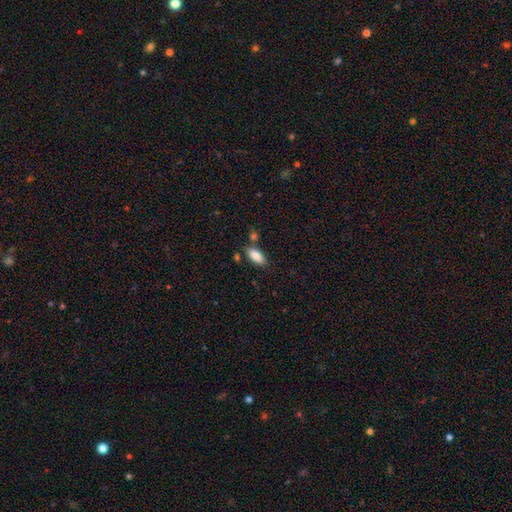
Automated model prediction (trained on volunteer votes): This is clearly a smooth galaxy (87%). How rounded: clearly in between (86%). Merging: likely none (77%).